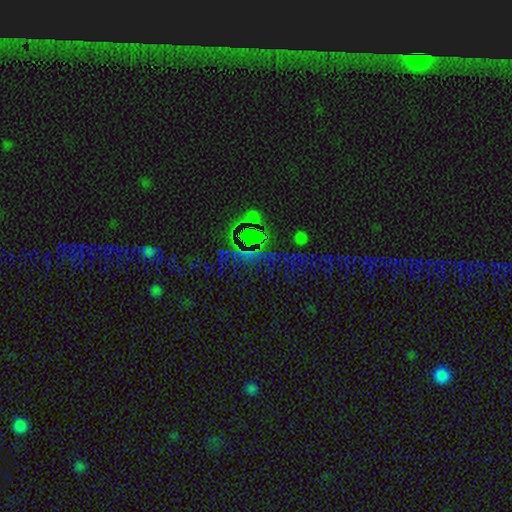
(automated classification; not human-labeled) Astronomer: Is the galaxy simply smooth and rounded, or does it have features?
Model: star or artifact — 76%.